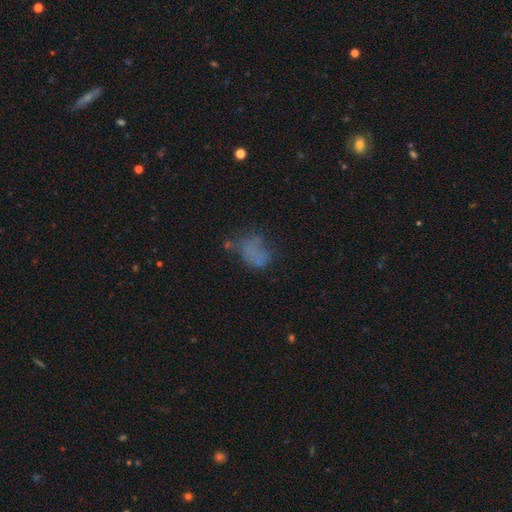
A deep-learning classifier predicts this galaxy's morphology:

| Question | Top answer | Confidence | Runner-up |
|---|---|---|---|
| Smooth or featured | smooth | 56% | featured or disk (24%) |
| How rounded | in between | 75% | round (23%) |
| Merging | none | 42% | major disturbance (26%) |